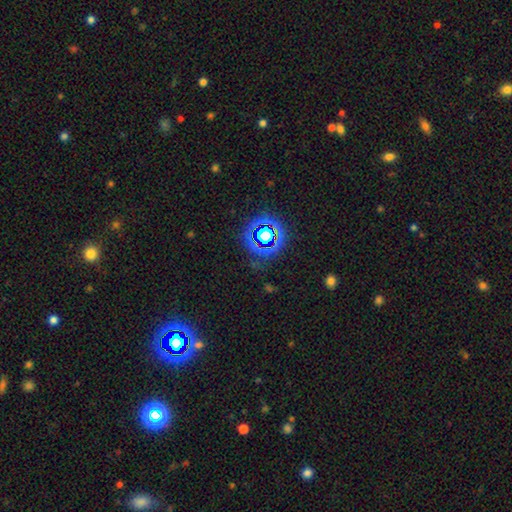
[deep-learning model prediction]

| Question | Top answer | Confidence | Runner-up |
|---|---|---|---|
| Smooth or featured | star or artifact | 75% | smooth (18%) |